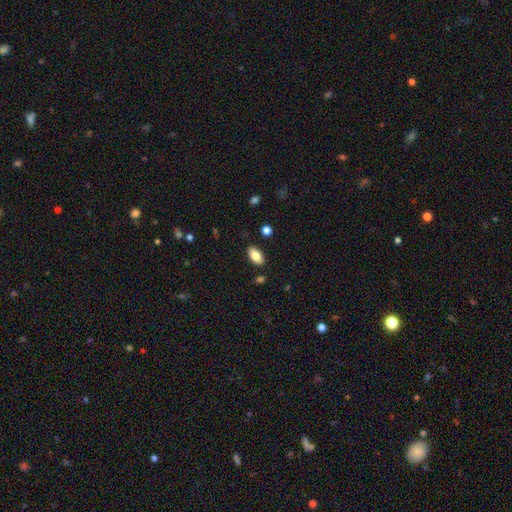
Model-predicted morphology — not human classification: This is clearly a smooth galaxy (83%). How rounded: clearly in between (93%). Merging: clearly none (87%).